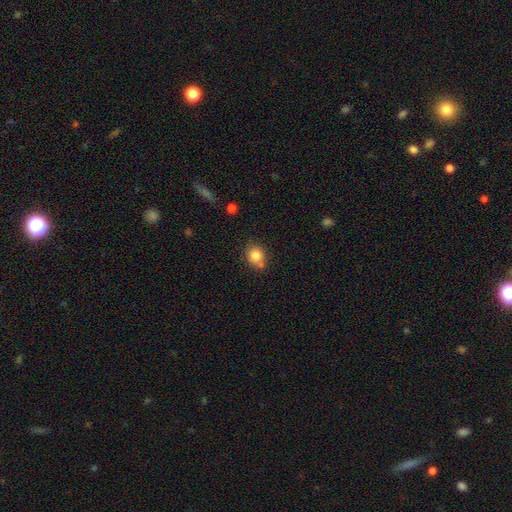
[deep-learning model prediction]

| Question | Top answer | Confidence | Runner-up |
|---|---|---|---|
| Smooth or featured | smooth | 83% | star or artifact (10%) |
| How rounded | round | 77% | in between (22%) |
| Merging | none | 68% | minor disturbance (14%) |